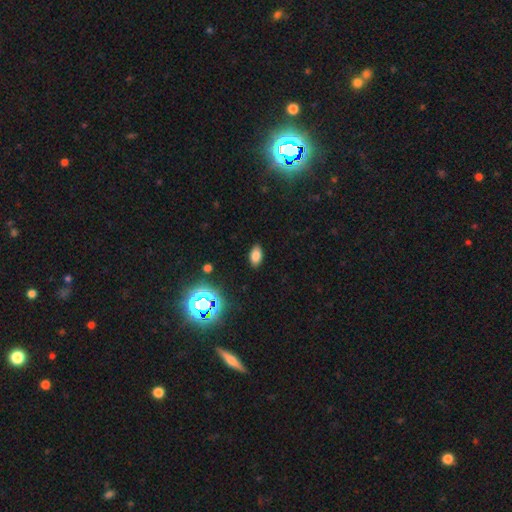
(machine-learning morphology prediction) smooth 78%, star or artifact 16%, featured or disk 7%. Down the decision tree: how rounded — in between (91%); merging — none (88%).